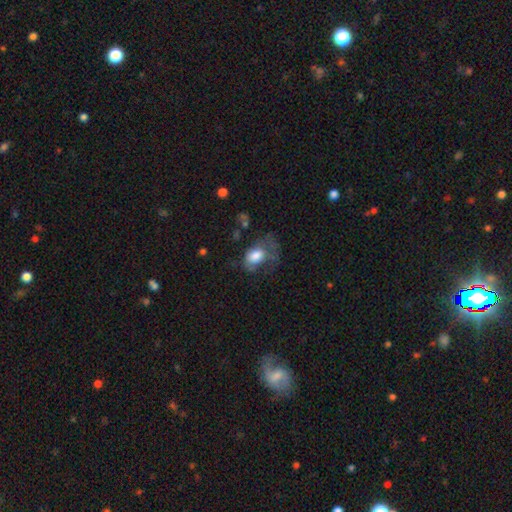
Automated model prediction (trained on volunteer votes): Smooth or featured?
  - smooth: 69% *
  - featured or disk: 23%
  - star or artifact: 8%
How rounded?
  - in between: 79% *
  - round: 20%
  - cigar-shaped: 1%
Merging?
  - major disturbance: 51% *
  - minor disturbance: 23%
  - none: 23%
  - merger: 3%